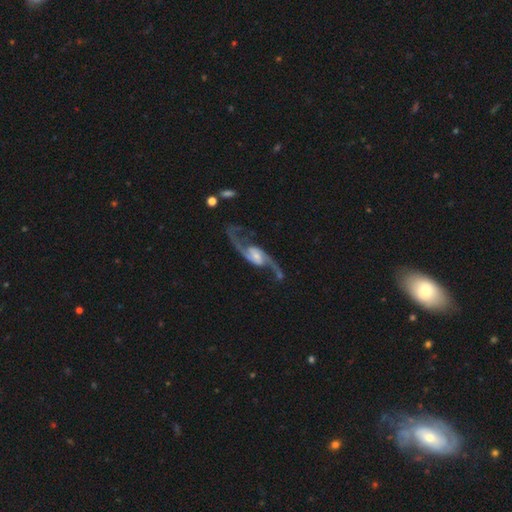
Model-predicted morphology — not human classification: Overall: featured or disk (92%). Edge-on disk: no (96%). Bar: weak (45%; no 34%). Spiral arms: yes (98%). Spiral arm count: 2 (94%). Spiral winding: loose (74%). Bulge size: small (52%; moderate 30%). Merging: none (70%).